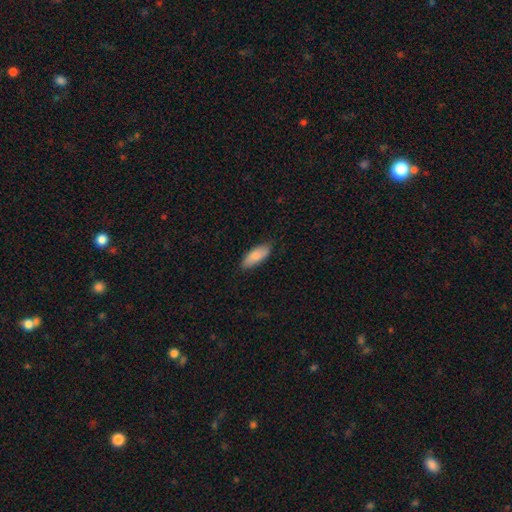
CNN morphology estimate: A smooth galaxy with no disk features (83%) that is in between round and cigar-shaped (77%). Merging: none (84%).